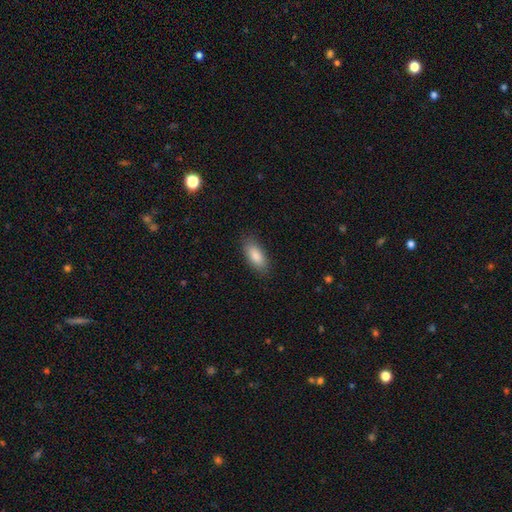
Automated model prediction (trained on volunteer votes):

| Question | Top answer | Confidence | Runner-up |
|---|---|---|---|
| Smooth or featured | smooth | 87% | featured or disk (7%) |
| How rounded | in between | 84% | cigar-shaped (14%) |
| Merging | none | 86% | minor disturbance (10%) |